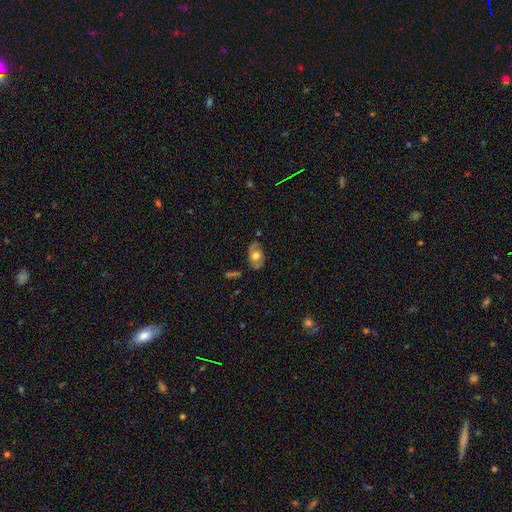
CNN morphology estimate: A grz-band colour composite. It shows a featured or disk galaxy (47%). Merging: none (67%).